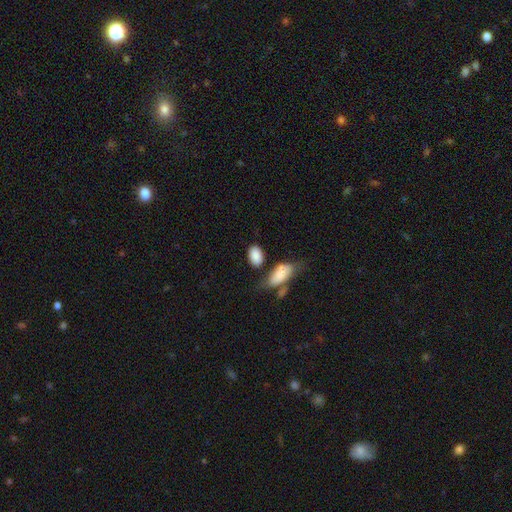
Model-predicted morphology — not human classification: Smooth or featured: smooth — 87% (featured or disk — 7%)
How rounded: in between — 90% (round — 8%)
Merging: none — 64% (minor disturbance — 17%)